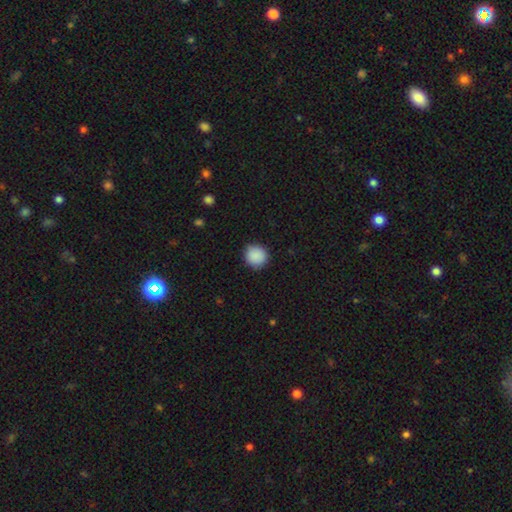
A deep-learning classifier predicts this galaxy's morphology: This is clearly a smooth galaxy (89%). How rounded: clearly round (92%). Merging: clearly none (88%).